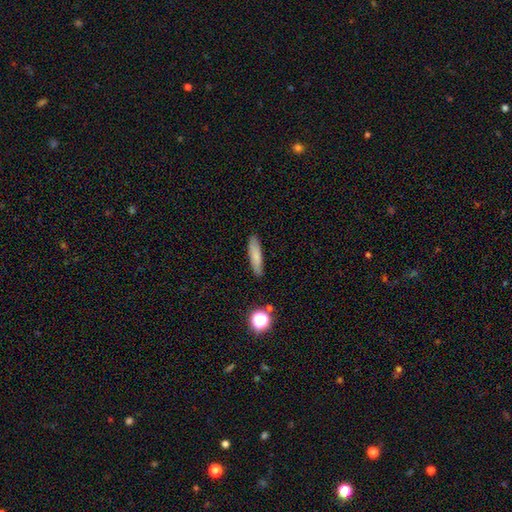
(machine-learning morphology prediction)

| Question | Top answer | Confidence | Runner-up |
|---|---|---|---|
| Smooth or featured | smooth | 77% | featured or disk (15%) |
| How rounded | cigar-shaped | 75% | in between (23%) |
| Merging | none | 86% | minor disturbance (10%) |